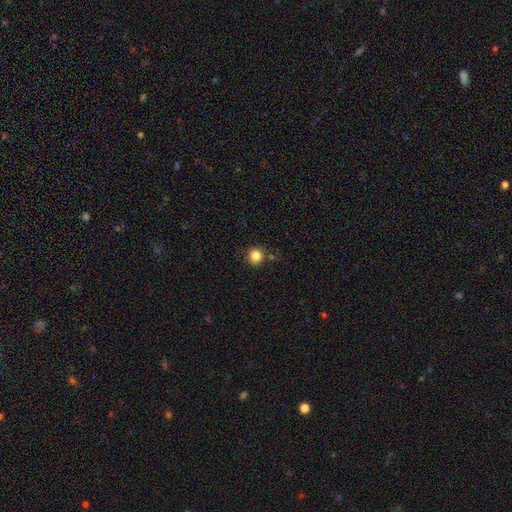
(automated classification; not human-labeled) smooth 84%, star or artifact 11%, featured or disk 4%. Down the decision tree: how rounded — round (92%); merging — none (83%).